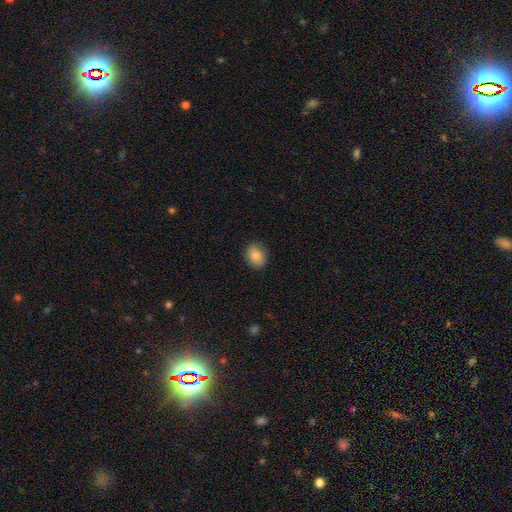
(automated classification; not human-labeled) Morphology: type=smooth (85%); roundness=round (52%); merging=none (86%).